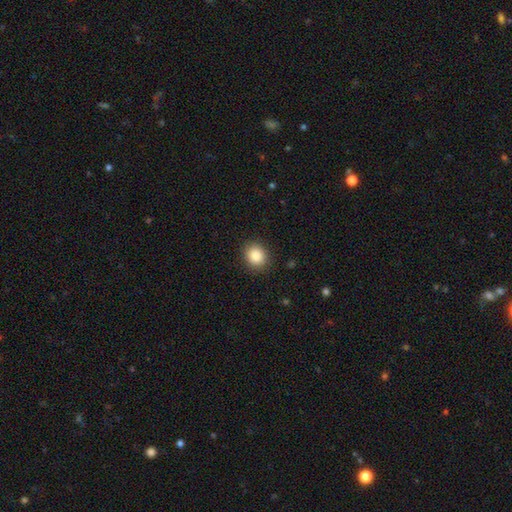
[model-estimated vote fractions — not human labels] Q: Smooth or featured?
A: smooth (87%); runner-up: star or artifact (9%)
Q: How rounded?
A: round (72%); runner-up: in between (28%)
Q: Merging?
A: none (89%); runner-up: minor disturbance (8%)